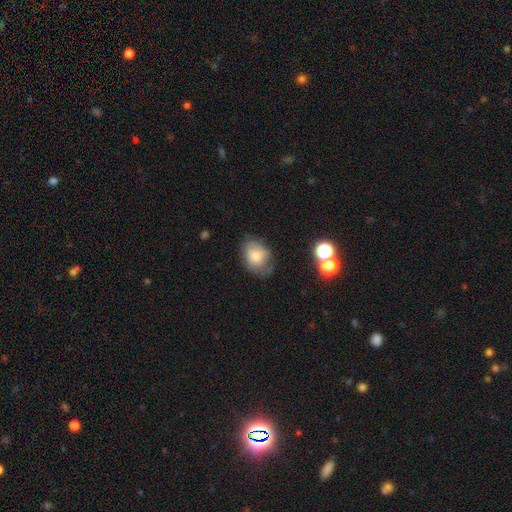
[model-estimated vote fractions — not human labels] smooth_or_featured: smooth (p=0.71) [alt: featured or disk p=0.19]
how_rounded: in between (p=0.65) [alt: round p=0.34]
merging: none (p=0.58) [alt: minor disturbance p=0.28]